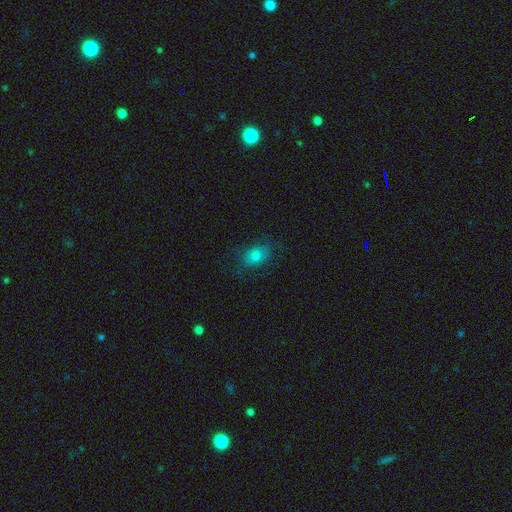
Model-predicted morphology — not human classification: Smooth or featured?
  - smooth: 75% *
  - featured or disk: 15%
  - star or artifact: 10%
How rounded?
  - in between: 68% *
  - round: 30%
  - cigar-shaped: 1%
Merging?
  - none: 73% *
  - minor disturbance: 18%
  - major disturbance: 8%
  - merger: 1%